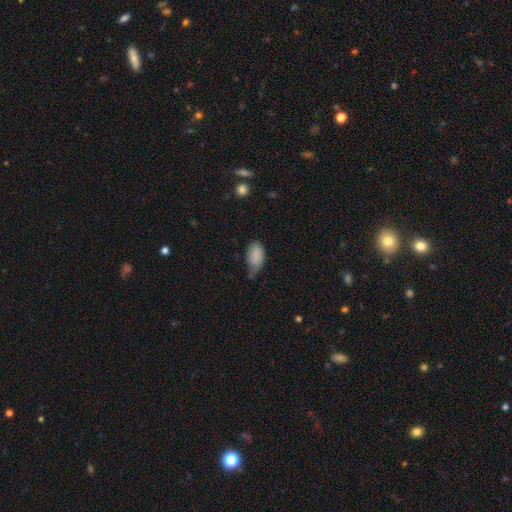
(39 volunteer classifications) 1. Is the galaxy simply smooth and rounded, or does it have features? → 90% smooth, 8% star or artifact, 3% featured or disk.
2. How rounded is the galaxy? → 94% in between, 3% round, 3% cigar-shaped.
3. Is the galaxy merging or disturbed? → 64% minor disturbance, 19% major disturbance, 14% none, 3% merger.